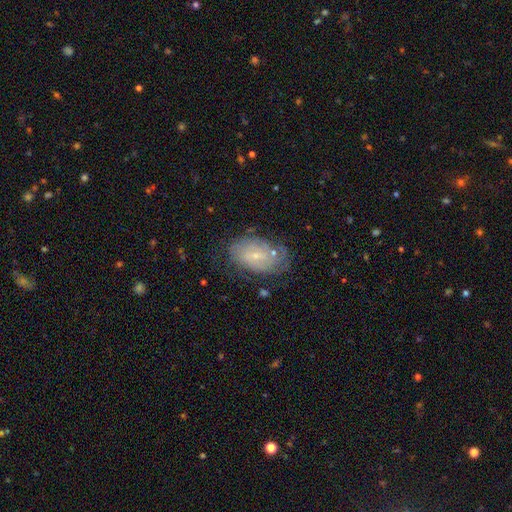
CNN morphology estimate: The model was most divided on "bar": no: 52%, weak: 40%, strong: 8%. More confident: edge-on disk — no (95%); bulge size — small (78%); spiral arms — yes (73%); merging — none (63%); smooth or featured — featured or disk (59%).